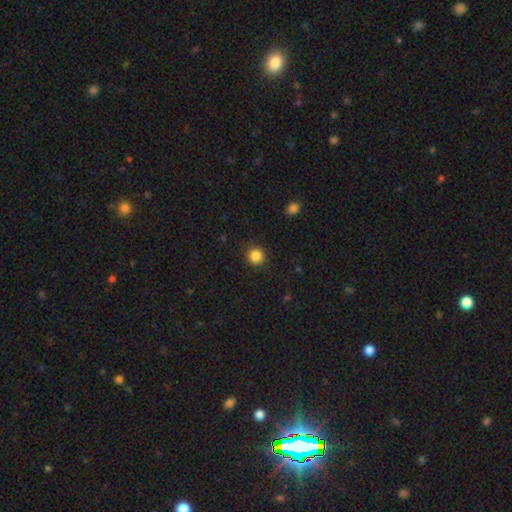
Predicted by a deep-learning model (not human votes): A smooth galaxy with no disk features (86%) that is round (94%). Merging: none (91%).